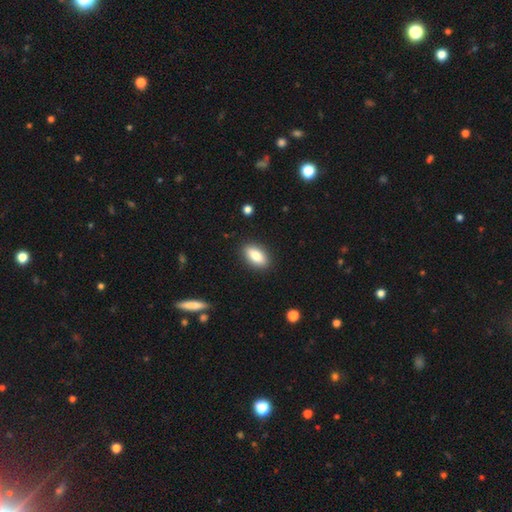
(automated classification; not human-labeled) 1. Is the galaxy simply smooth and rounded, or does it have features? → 83% smooth, 10% featured or disk, 7% star or artifact.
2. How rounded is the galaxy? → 85% in between, 10% cigar-shaped, 4% round.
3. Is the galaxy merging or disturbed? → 88% none, 8% minor disturbance, 2% major disturbance, 1% merger.